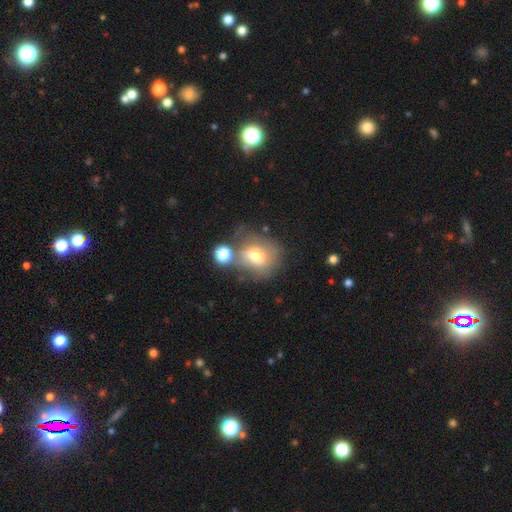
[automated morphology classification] smooth 64%, featured or disk 25%, star or artifact 12%. Down the decision tree: how rounded — round (50%); merging — none (46%).